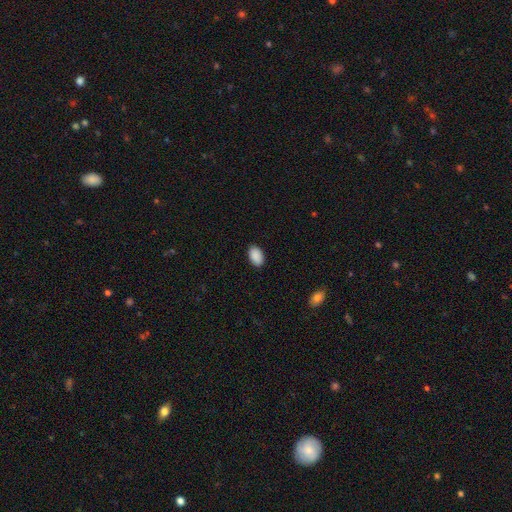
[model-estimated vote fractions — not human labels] A smooth galaxy with no disk features (91%) that is in between round and cigar-shaped (92%).

Vote fractions:
- Smooth or featured? smooth: 91% / star or artifact: 7% / featured or disk: 3%
- How rounded? in between: 92% / round: 7% / cigar-shaped: 1%
- Merging? none: 88% / minor disturbance: 9% / major disturbance: 2% / merger: 1%